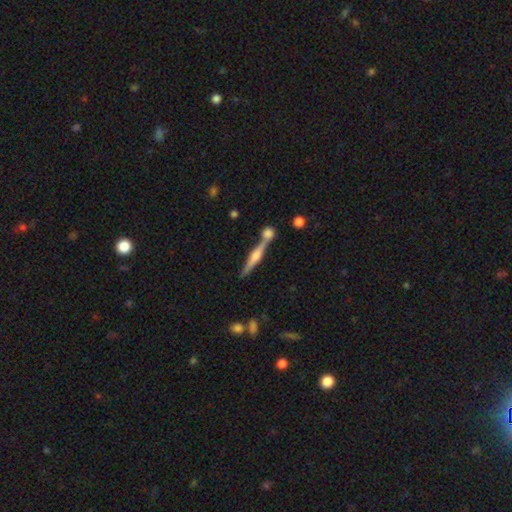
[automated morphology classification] A featured or disk galaxy (70%) viewed edge-on (97%) with a rounded central bulge (85%).

Vote fractions:
- Smooth or featured? featured or disk: 70% / smooth: 23% / star or artifact: 7%
- Edge-on disk? yes: 97% / no: 3%
- Edge-on bulge? rounded: 85% / boxy: 9% / none: 6%
- Merging? none: 68% / merger: 20% / minor disturbance: 9% / major disturbance: 3%